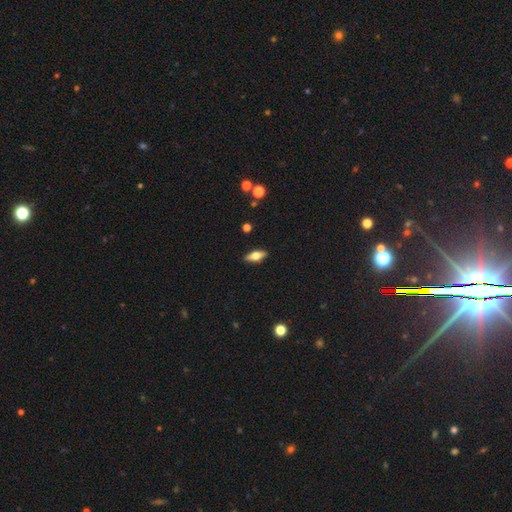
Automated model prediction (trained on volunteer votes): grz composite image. It shows a smooth galaxy with no disk features (56%) that is in between round and cigar-shaped (72%). Merging: none (89%).